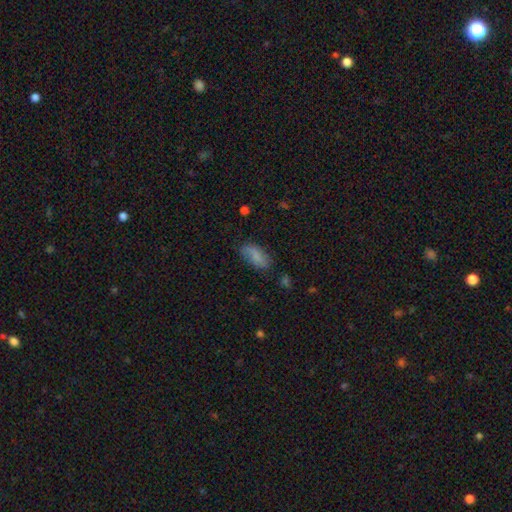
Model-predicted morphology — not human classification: Smooth or featured? smooth (76%)
How rounded? in between (88%)
Merging? none (67%)